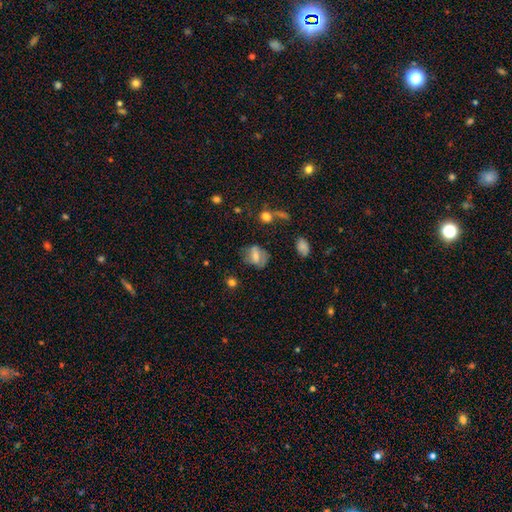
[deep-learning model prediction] This appears to be a smooth galaxy with no disk features (55%) that is in between round and cigar-shaped (61%). Merging: none (58%).